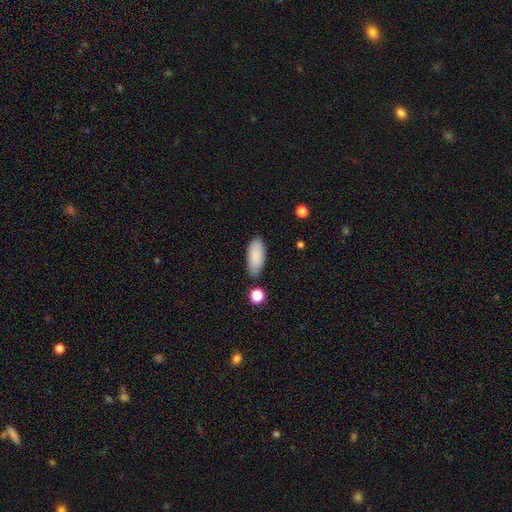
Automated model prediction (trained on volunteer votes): Smooth or featured: smooth — 87% (featured or disk — 7%)
How rounded: in between — 84% (cigar-shaped — 14%)
Merging: none — 79% (minor disturbance — 14%)